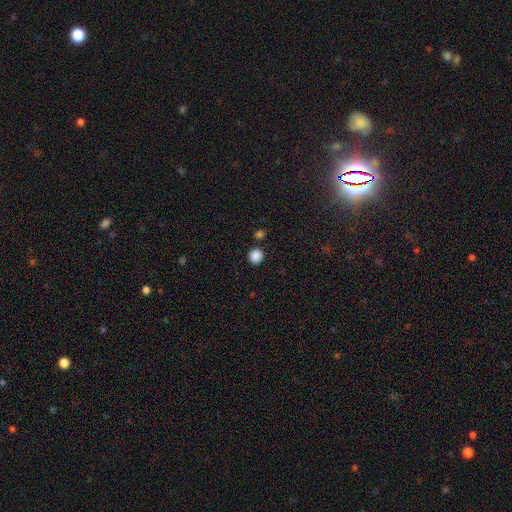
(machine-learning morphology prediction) Q: Smooth or featured?
A: smooth (87%); runner-up: star or artifact (10%)
Q: How rounded?
A: round (88%); runner-up: in between (11%)
Q: Merging?
A: none (85%); runner-up: minor disturbance (7%)